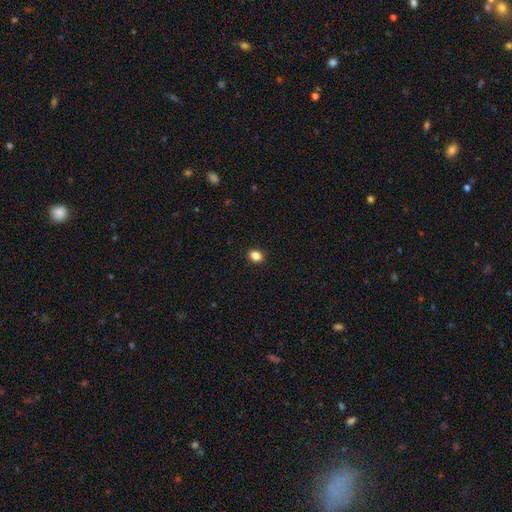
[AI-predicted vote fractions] Q: Smooth or featured?
A: smooth (84%); runner-up: star or artifact (12%)
Q: How rounded?
A: round (56%); runner-up: in between (43%)
Q: Merging?
A: none (91%); runner-up: minor disturbance (6%)